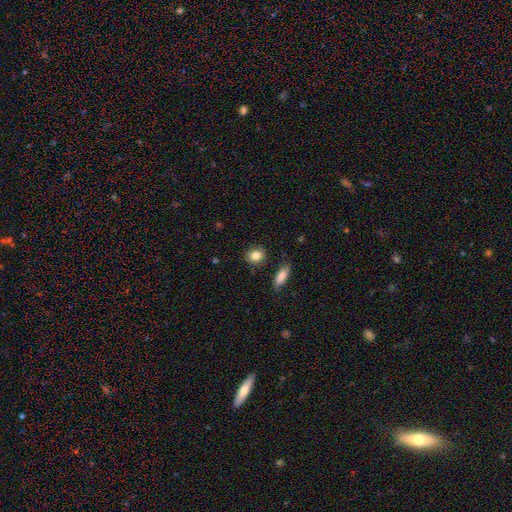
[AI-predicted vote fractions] smooth_or_featured: smooth (p=0.85) [alt: star or artifact p=0.09]
how_rounded: round (p=0.60) [alt: in between p=0.38]
merging: none (p=0.86) [alt: minor disturbance p=0.09]